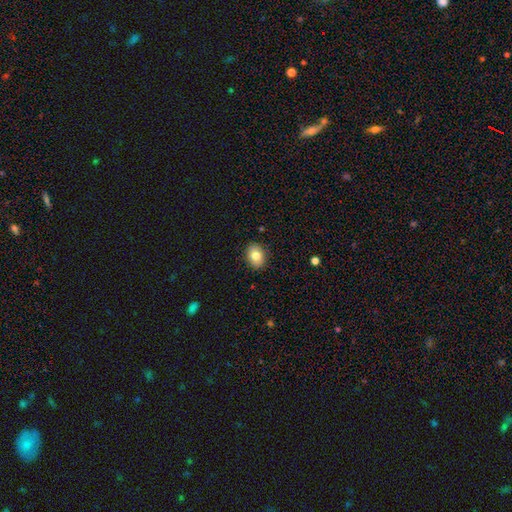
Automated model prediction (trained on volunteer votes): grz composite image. It shows a smooth galaxy with no disk features (79%) that is in between round and cigar-shaped (62%). Merging: none (89%).